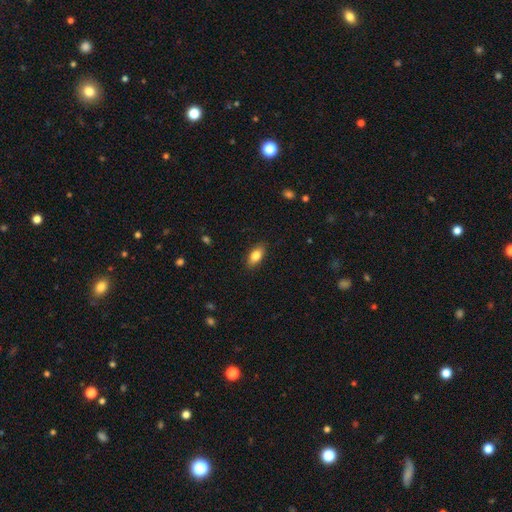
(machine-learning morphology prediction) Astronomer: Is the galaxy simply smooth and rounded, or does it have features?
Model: smooth — 83%.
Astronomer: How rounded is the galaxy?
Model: in between — 89%.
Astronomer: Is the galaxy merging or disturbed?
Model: none — 88%.